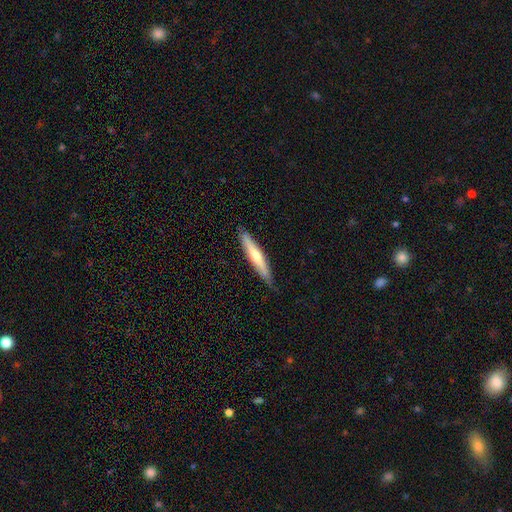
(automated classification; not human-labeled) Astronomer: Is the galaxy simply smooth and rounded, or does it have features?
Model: smooth — 55% (runner-up: featured or disk, 40%).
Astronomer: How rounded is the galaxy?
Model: cigar-shaped — 92%.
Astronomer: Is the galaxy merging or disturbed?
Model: none — 82%.